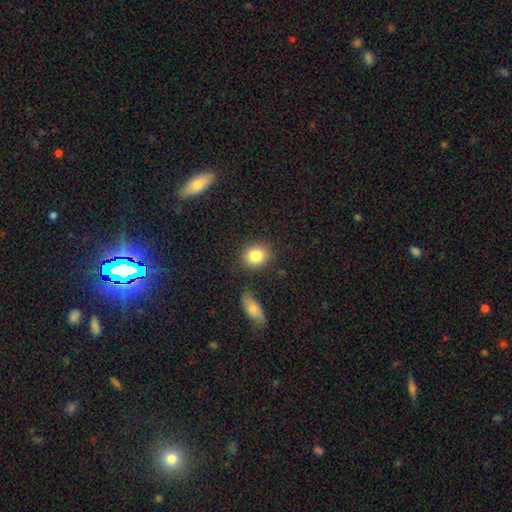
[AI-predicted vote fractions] smooth 83%, featured or disk 8%, star or artifact 8%. Down the decision tree: how rounded — round (71%); merging — none (84%).